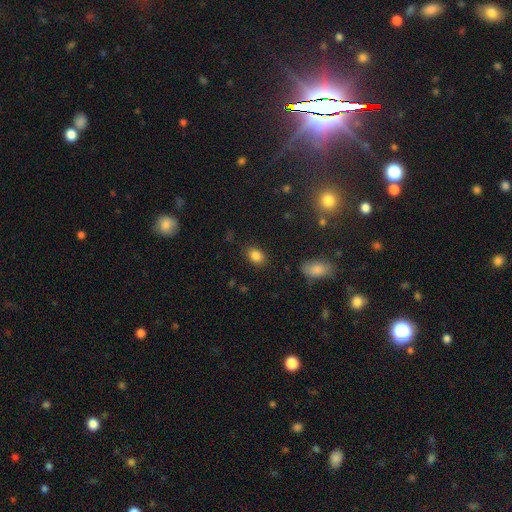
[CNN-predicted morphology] Smooth or featured: smooth — 85% (star or artifact — 10%)
How rounded: in between — 72% (round — 26%)
Merging: none — 84% (minor disturbance — 12%)